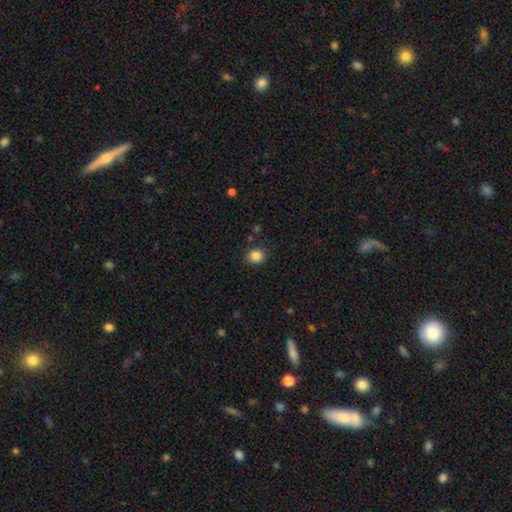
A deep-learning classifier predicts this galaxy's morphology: Smooth or featured: smooth — 85% (star or artifact — 11%)
How rounded: round — 77% (in between — 23%)
Merging: none — 85% (minor disturbance — 10%)